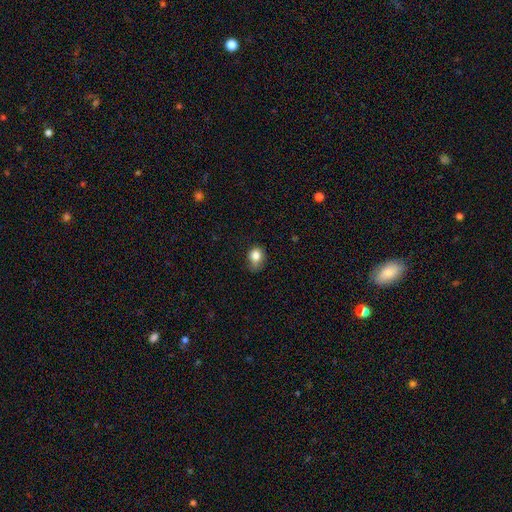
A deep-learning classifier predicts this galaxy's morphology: This is clearly a smooth galaxy (82%). How rounded: possibly round (53%). Merging: possibly none (47%).